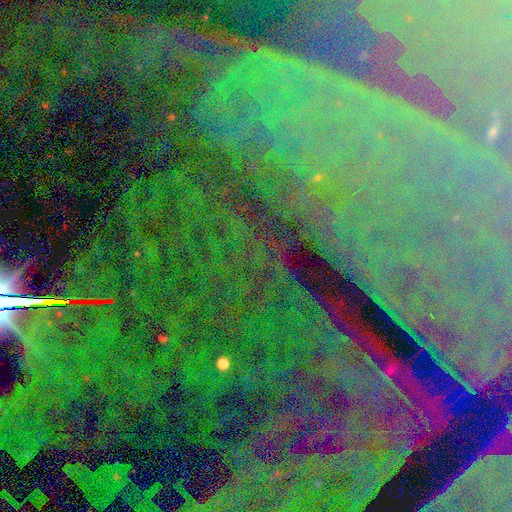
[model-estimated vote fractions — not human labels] smooth-or-featured: star or artifact: 86% | featured or disk: 8% | smooth: 7%